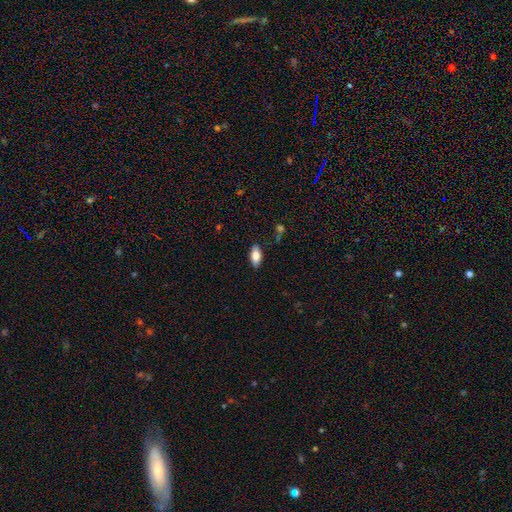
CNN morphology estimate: This appears to be a smooth galaxy with no disk features (79%) that is in between round and cigar-shaped (85%). Merging: none (86%).